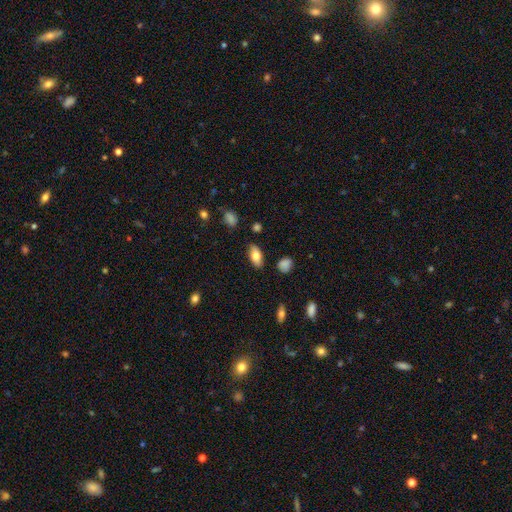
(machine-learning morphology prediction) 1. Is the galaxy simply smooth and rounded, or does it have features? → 76% smooth, 17% featured or disk, 7% star or artifact.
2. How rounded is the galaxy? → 89% in between, 7% cigar-shaped, 4% round.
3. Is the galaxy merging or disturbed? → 82% none, 14% minor disturbance, 3% major disturbance, 2% merger.